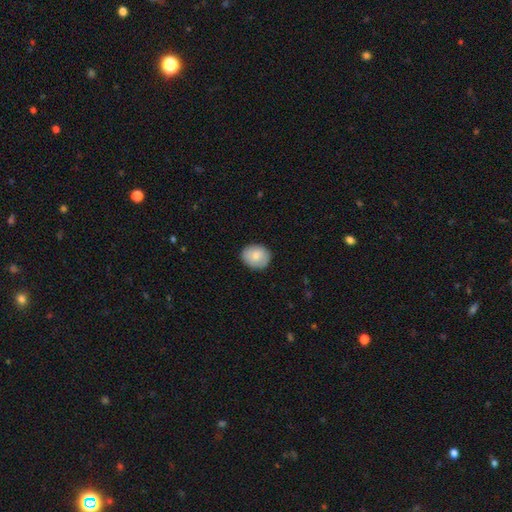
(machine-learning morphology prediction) smooth 78%, featured or disk 15%, star or artifact 7%. Down the decision tree: how rounded — round (65%); merging — none (86%).